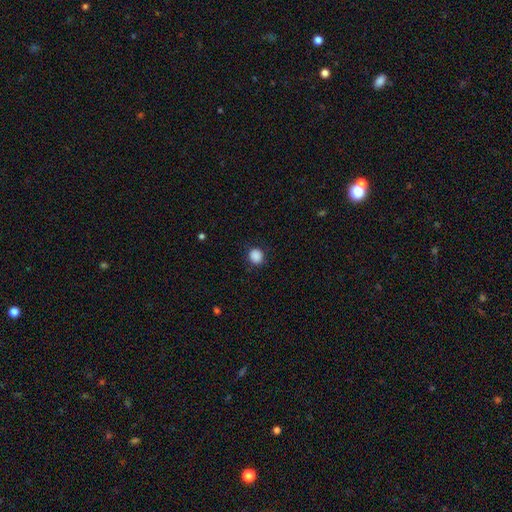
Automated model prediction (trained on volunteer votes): This appears to be a smooth galaxy with no disk features (88%) that is round (86%). Merging: none (88%).